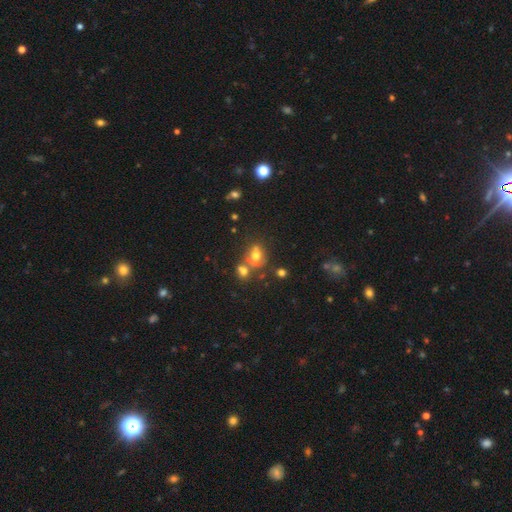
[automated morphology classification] Smooth or featured? Predicted: smooth (p=0.59). How rounded? Predicted: round (p=0.54). Merging? Predicted: none (p=0.42).